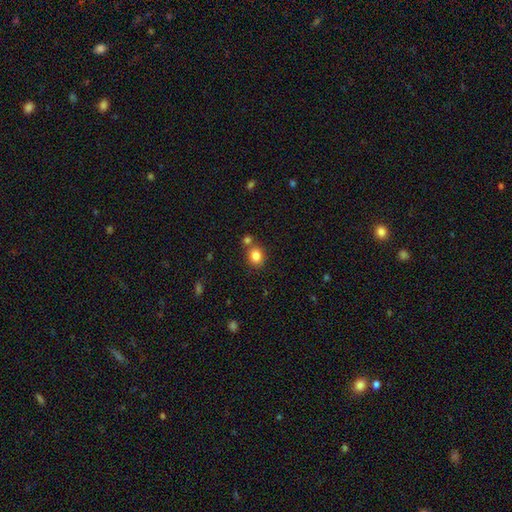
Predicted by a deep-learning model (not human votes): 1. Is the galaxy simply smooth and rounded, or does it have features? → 84% smooth, 10% star or artifact, 6% featured or disk.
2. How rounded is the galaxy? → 57% round, 42% in between, 1% cigar-shaped.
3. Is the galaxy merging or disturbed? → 66% none, 20% merger, 11% minor disturbance, 3% major disturbance.